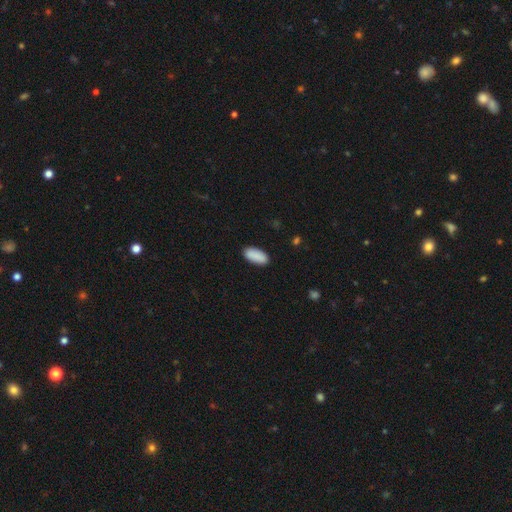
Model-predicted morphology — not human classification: Q: Smooth or featured?
A: smooth (91%); runner-up: star or artifact (6%)
Q: How rounded?
A: in between (91%); runner-up: cigar-shaped (7%)
Q: Merging?
A: none (89%); runner-up: minor disturbance (8%)